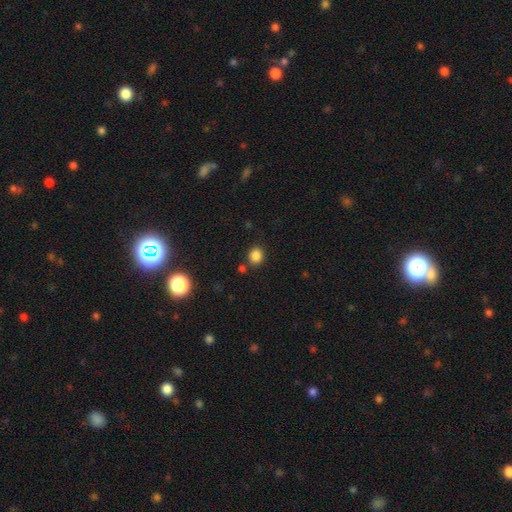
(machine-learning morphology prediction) Smooth or featured?
  - smooth: 84% *
  - star or artifact: 12%
  - featured or disk: 4%
How rounded?
  - round: 77% *
  - in between: 22%
  - cigar-shaped: 1%
Merging?
  - none: 82% *
  - minor disturbance: 9%
  - merger: 7%
  - major disturbance: 3%